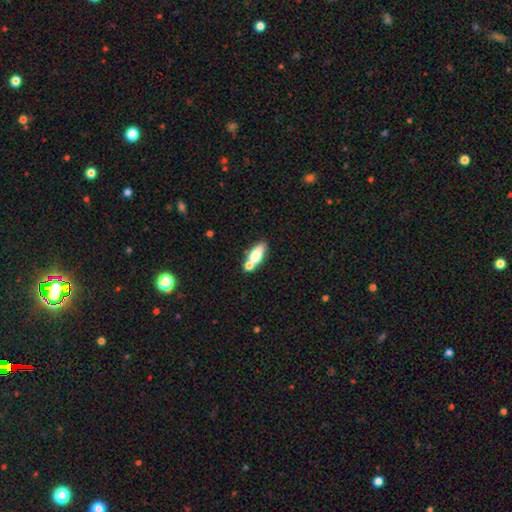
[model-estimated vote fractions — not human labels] Smooth or featured? Predicted: smooth (p=0.66). How rounded? Predicted: in between (p=0.75). Merging? Predicted: none (p=0.48).